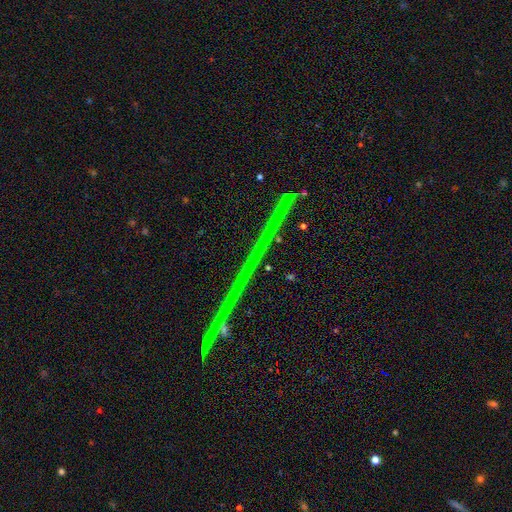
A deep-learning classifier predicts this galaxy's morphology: A star or artifact, not a galaxy (71%).

Vote fractions:
- Smooth or featured? star or artifact: 71% / featured or disk: 19% / smooth: 10%